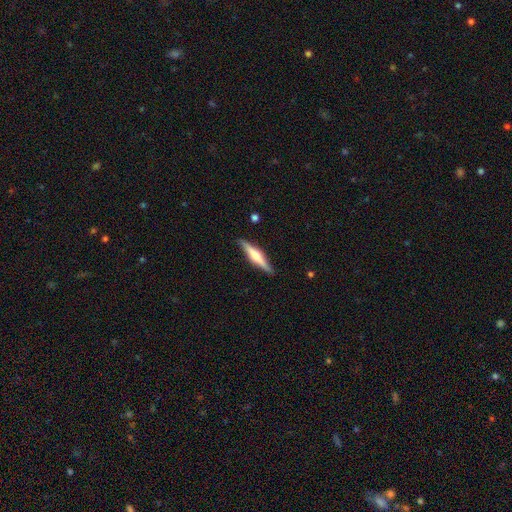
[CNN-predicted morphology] The model was most divided on "smooth or featured": featured or disk: 64%, smooth: 31%, star or artifact: 5%. More confident: edge-on disk — yes (97%); merging — none (89%); edge-on bulge — rounded (80%).